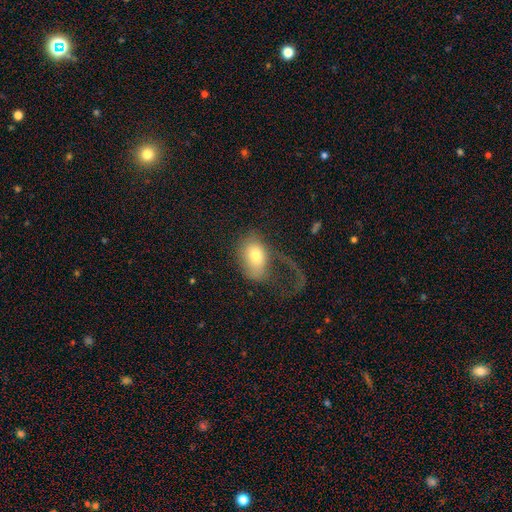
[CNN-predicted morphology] The model was most divided on "merging": major disturbance: 61%, none: 22%, minor disturbance: 14%, merger: 3%. More confident: how rounded — in between (77%); smooth or featured — smooth (66%).